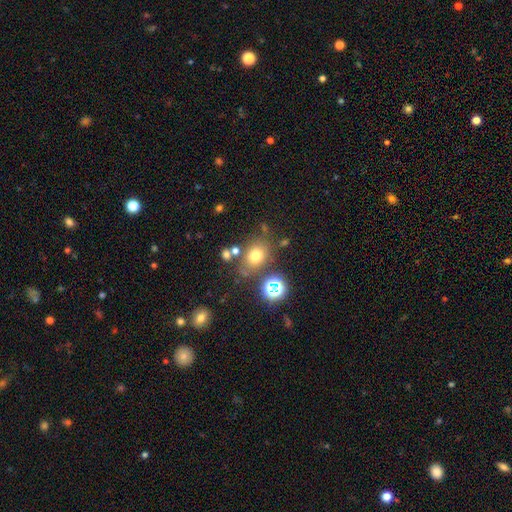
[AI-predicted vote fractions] smooth 68%, star or artifact 20%, featured or disk 12%. Down the decision tree: how rounded — round (53%); merging — none (70%).